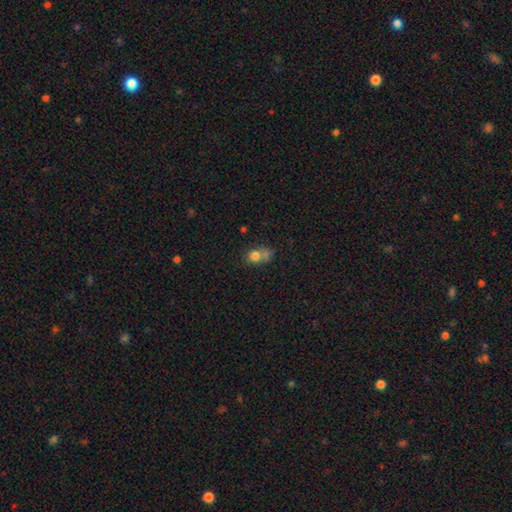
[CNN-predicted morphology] Smooth or featured? smooth (74%)
How rounded? round (57%)
Merging? merger (40%)